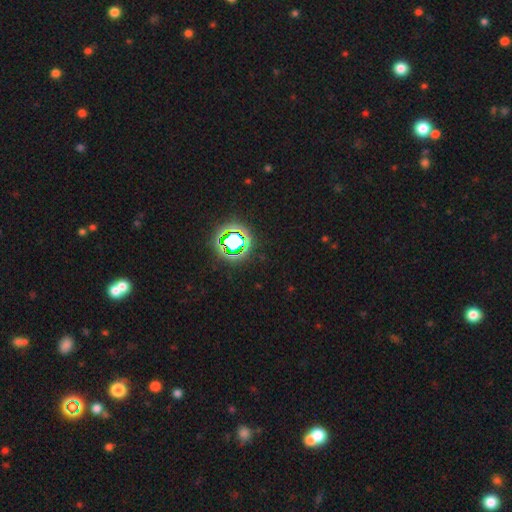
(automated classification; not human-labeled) This is likely a star or artifact rather than a galaxy (79%).